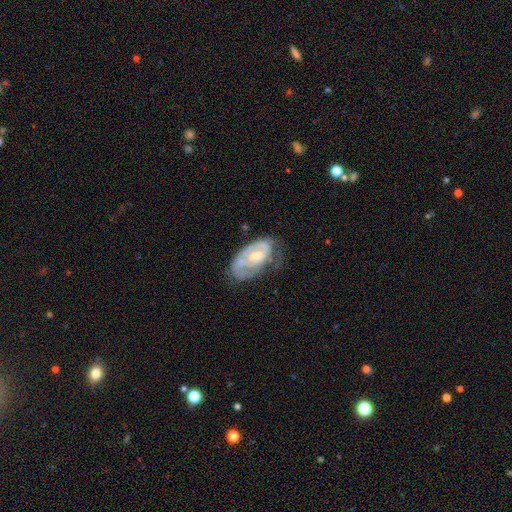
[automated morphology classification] Overall: featured or disk (68%). Edge-on disk: no (95%). Bar: no (68%). Spiral arms: yes (60%; no 40%). Bulge size: small (50%; moderate 44%). Merging: none (42%; minor disturbance 32%).